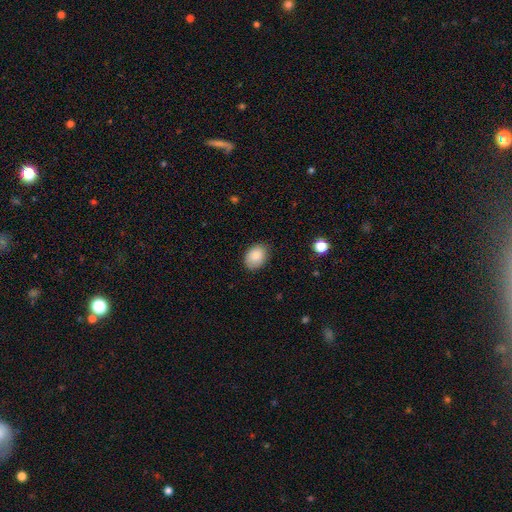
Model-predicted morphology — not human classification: A smooth galaxy with no disk features (85%) that is in between round and cigar-shaped (69%).

Vote fractions:
- Smooth or featured? smooth: 85% / featured or disk: 8% / star or artifact: 7%
- How rounded? in between: 69% / round: 30% / cigar-shaped: 1%
- Merging? none: 80% / minor disturbance: 16% / major disturbance: 3% / merger: 1%